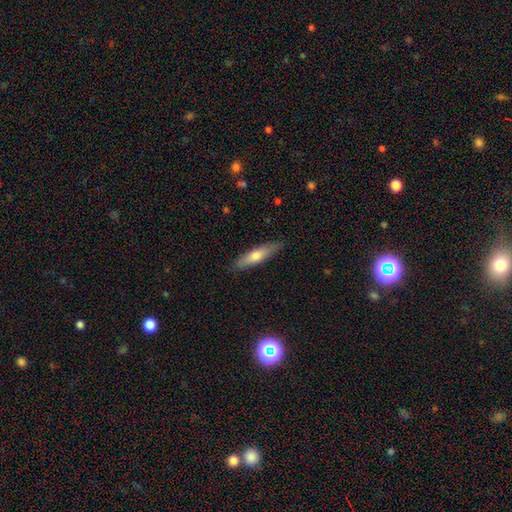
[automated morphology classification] Q: Smooth or featured?
A: smooth (60%); runner-up: featured or disk (33%)
Q: How rounded?
A: cigar-shaped (77%); runner-up: in between (21%)
Q: Merging?
A: none (87%); runner-up: minor disturbance (10%)